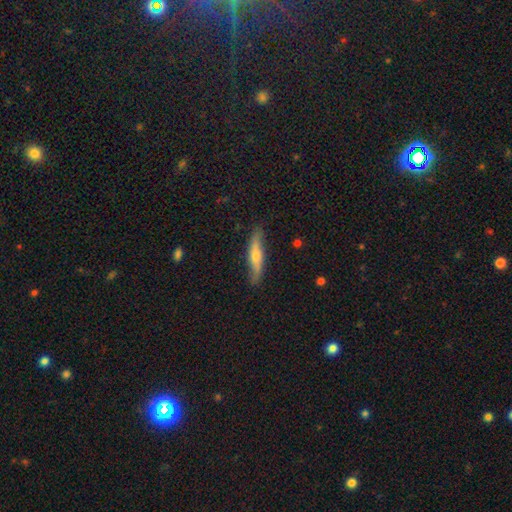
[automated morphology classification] Smooth or featured: featured or disk — 48% (smooth — 46%)
Merging: none — 79% (minor disturbance — 16%)